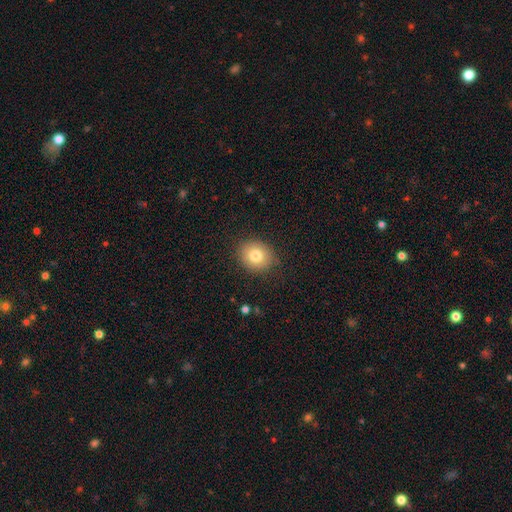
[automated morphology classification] smooth-or-featured: smooth: 79% | featured or disk: 11% | star or artifact: 10%
  how-rounded: round: 68% | in between: 31% | cigar-shaped: 1%
  merging: none: 86% | minor disturbance: 10% | major disturbance: 3% | merger: 1%